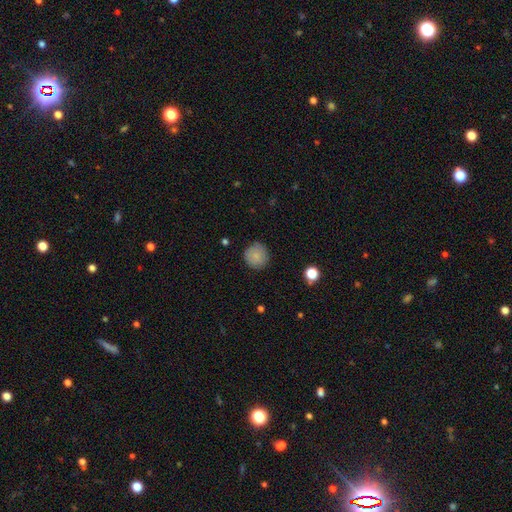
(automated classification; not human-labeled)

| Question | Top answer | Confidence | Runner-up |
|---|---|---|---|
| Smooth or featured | smooth | 83% | star or artifact (8%) |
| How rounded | round | 94% | in between (5%) |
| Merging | none | 85% | minor disturbance (12%) |